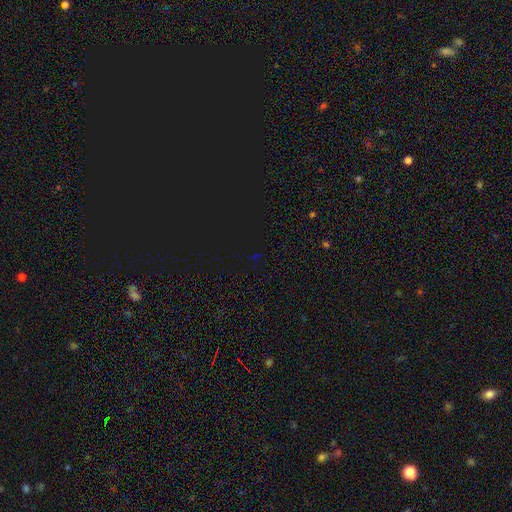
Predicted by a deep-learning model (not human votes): smooth_or_featured: star or artifact (p=0.78) [alt: smooth p=0.15]